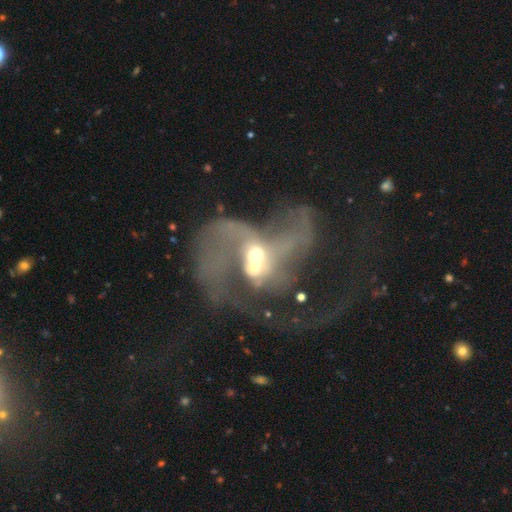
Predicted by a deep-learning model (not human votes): smooth-or-featured: featured or disk: 69% | smooth: 19% | star or artifact: 12%
  disk-edge-on: no: 97% | yes: 3%
    bar: no: 73% | weak: 21% | strong: 7%
    has-spiral-arms: yes: 57% | no: 43%
    bulge-size: moderate: 59% | small: 21% | large: 13% | none: 4% | dominant: 3%
  merging: merger: 66% | major disturbance: 24% | none: 6% | minor disturbance: 4%